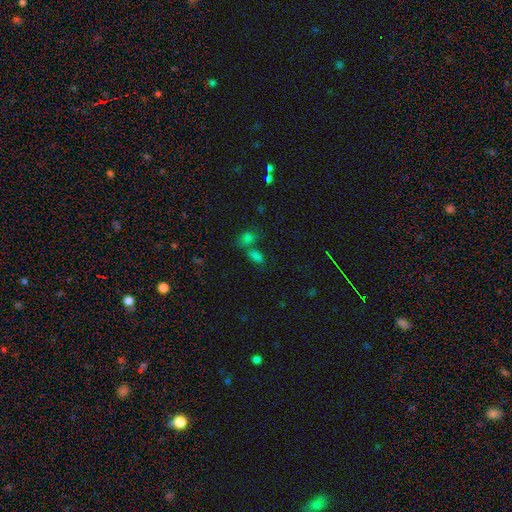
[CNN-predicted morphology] A smooth galaxy with no disk features (65%) that is in between round and cigar-shaped (79%). Merging: none (49%).